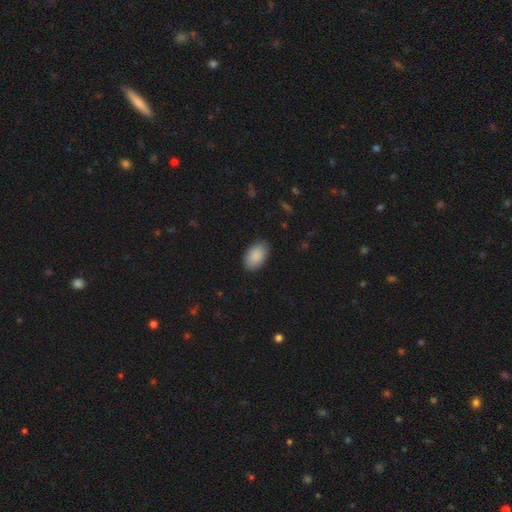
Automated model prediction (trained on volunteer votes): This is clearly a smooth galaxy (90%). How rounded: clearly in between (94%). Merging: clearly none (87%).